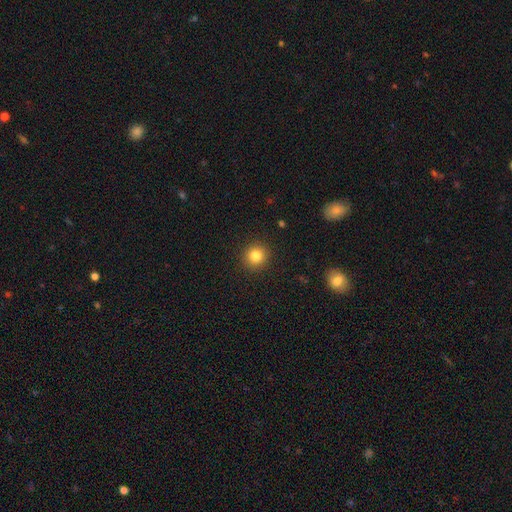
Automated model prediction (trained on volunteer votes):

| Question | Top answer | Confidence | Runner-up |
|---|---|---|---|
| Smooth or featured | smooth | 83% | star or artifact (11%) |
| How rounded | round | 92% | in between (7%) |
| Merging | none | 92% | minor disturbance (5%) |